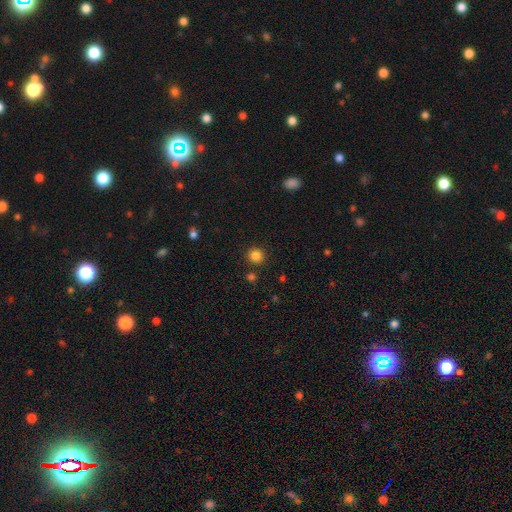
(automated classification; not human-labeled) Overall: smooth (84%). How rounded: round (92%). Merging: none (88%).